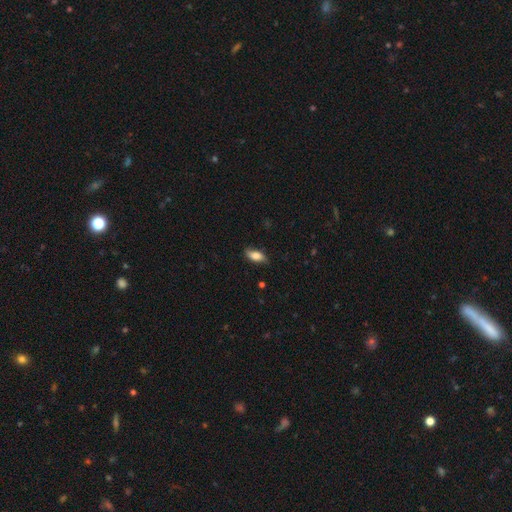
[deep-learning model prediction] Smooth or featured?
  - smooth: 78% *
  - featured or disk: 15%
  - star or artifact: 7%
How rounded?
  - in between: 84% *
  - cigar-shaped: 12%
  - round: 4%
Merging?
  - none: 79% *
  - minor disturbance: 17%
  - major disturbance: 3%
  - merger: 1%